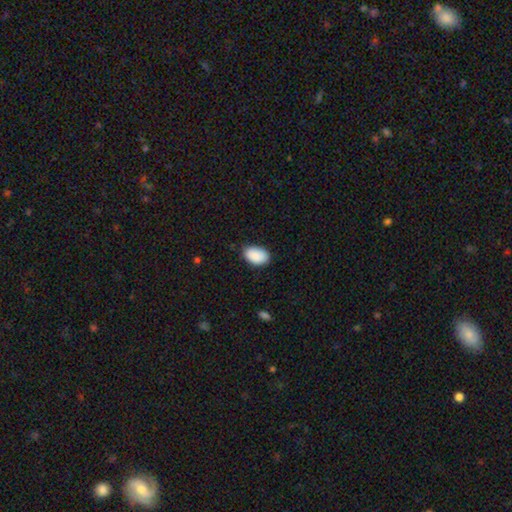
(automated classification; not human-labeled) Smooth or featured? smooth (90%)
How rounded? in between (92%)
Merging? none (81%)